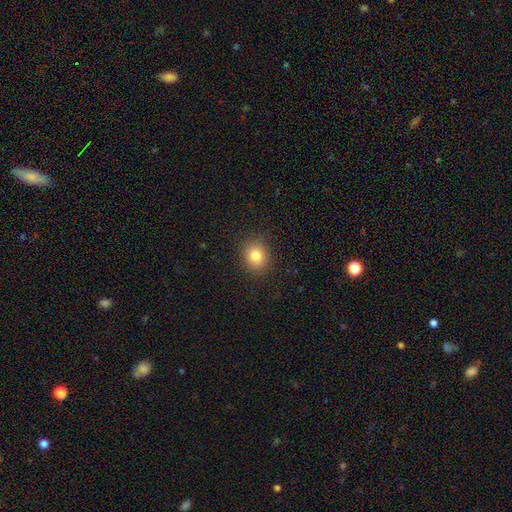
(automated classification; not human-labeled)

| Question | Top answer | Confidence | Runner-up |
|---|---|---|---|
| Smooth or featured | smooth | 82% | star or artifact (11%) |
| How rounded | round | 70% | in between (29%) |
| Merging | none | 87% | minor disturbance (9%) |